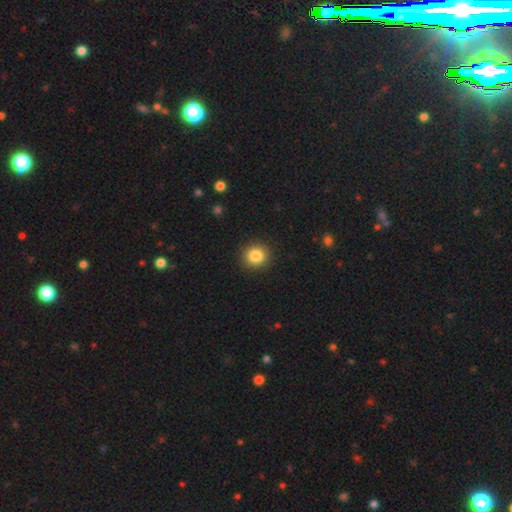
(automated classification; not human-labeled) Q: Smooth or featured?
A: smooth (84%); runner-up: star or artifact (10%)
Q: How rounded?
A: round (88%); runner-up: in between (11%)
Q: Merging?
A: none (91%); runner-up: minor disturbance (6%)